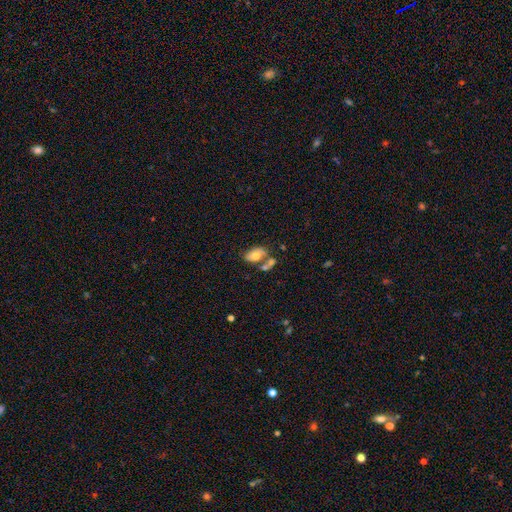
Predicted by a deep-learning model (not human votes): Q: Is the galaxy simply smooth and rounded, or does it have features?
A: smooth — 64%.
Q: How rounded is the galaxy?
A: in between — 90%.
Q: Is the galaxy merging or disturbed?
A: none — 40%.